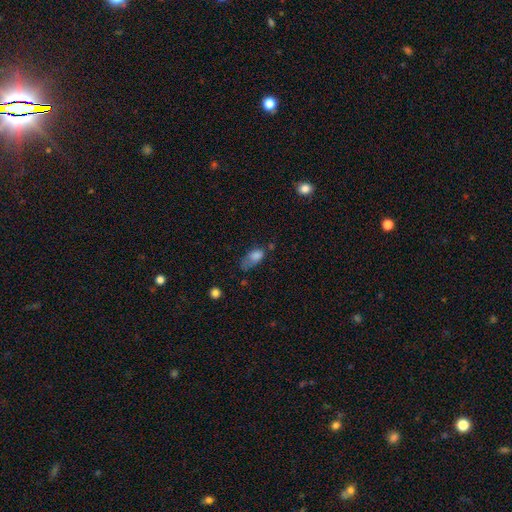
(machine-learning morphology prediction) This is likely a smooth galaxy (74%). How rounded: clearly in between (85%). Merging: marginally major disturbance (34%, tied with minor disturbance).